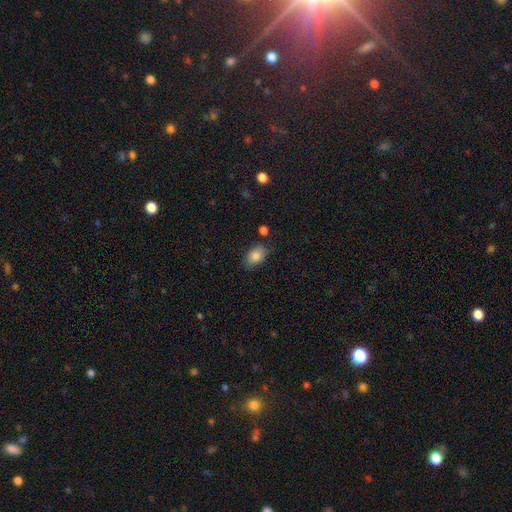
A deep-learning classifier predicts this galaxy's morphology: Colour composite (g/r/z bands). It shows a smooth galaxy with no disk features (85%) that is in between round and cigar-shaped (86%). Merging: none (76%).